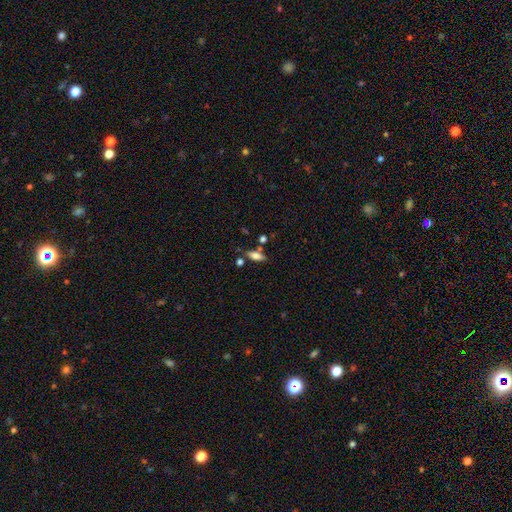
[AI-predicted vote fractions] Smooth or featured: smooth — 69% (featured or disk — 22%)
How rounded: in between — 66% (cigar-shaped — 31%)
Merging: none — 72% (minor disturbance — 14%)